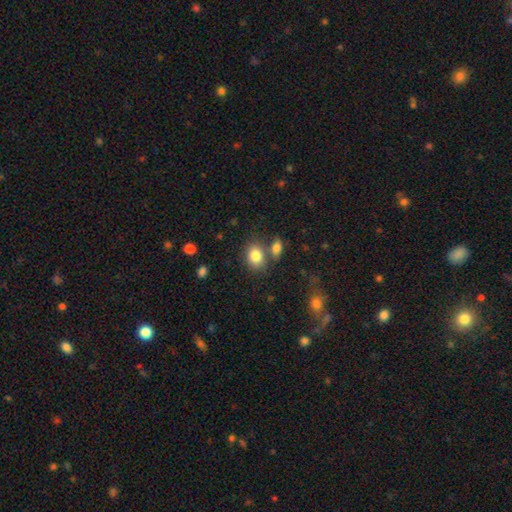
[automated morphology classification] type=smooth (83%); roundness=in between (65%); merging=none (61%).